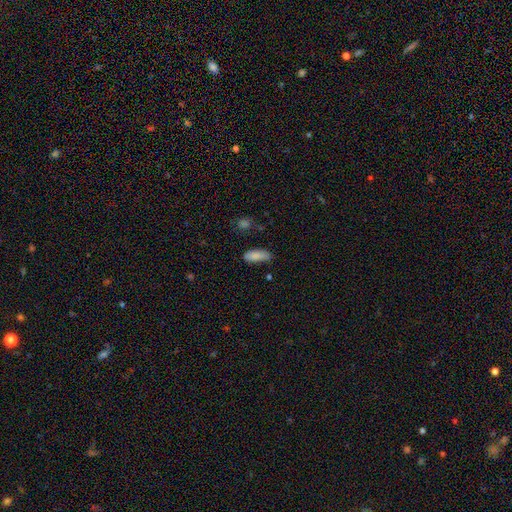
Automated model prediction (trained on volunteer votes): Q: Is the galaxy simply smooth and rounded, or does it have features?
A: smooth — 86%.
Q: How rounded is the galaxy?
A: in between — 74%.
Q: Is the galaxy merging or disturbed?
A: none — 64%.